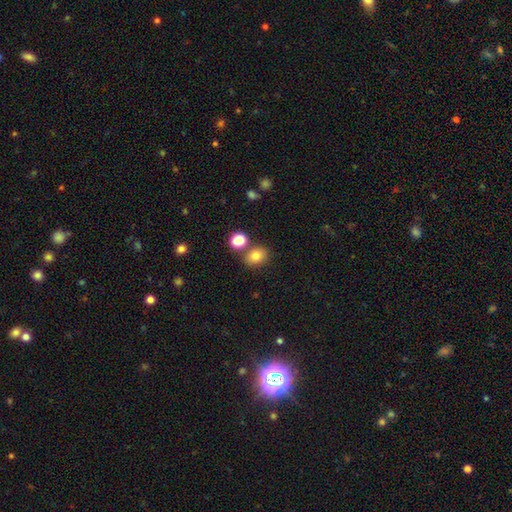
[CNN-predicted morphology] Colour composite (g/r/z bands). It shows a smooth galaxy with no disk features (79%) that is round (54%). Merging: none (72%).